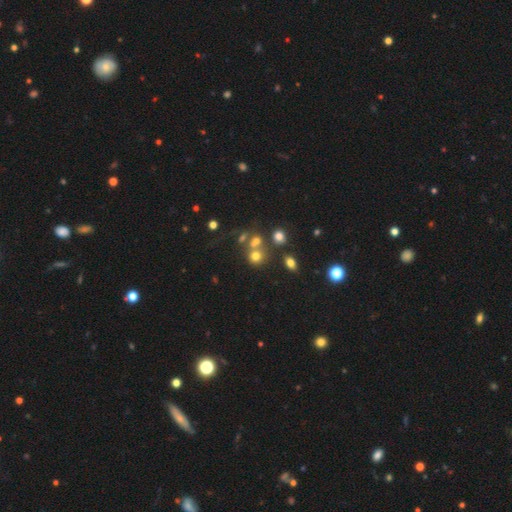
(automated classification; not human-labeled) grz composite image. It shows a smooth galaxy with no disk features (65%) that is round (77%). Merging: none (48%).